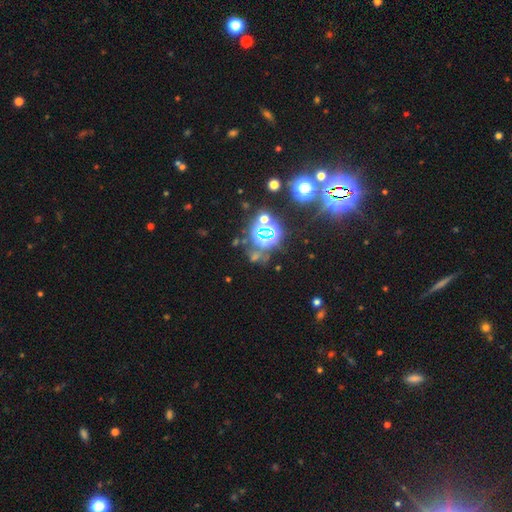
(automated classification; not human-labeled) This is likely a star or artifact rather than a galaxy (74%).